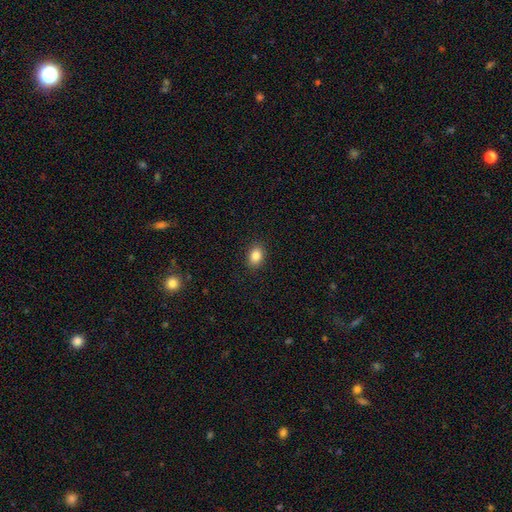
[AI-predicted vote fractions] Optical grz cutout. It shows a smooth galaxy with no disk features (85%) that is in between round and cigar-shaped (74%). Merging: none (89%).